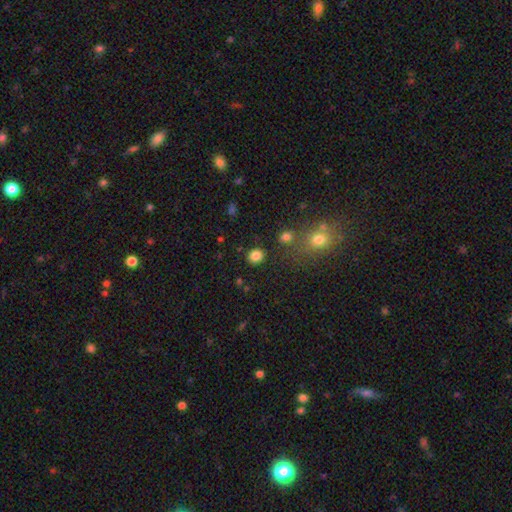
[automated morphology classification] smooth 84%, star or artifact 12%, featured or disk 4%. Down the decision tree: how rounded — round (79%); merging — none (86%).